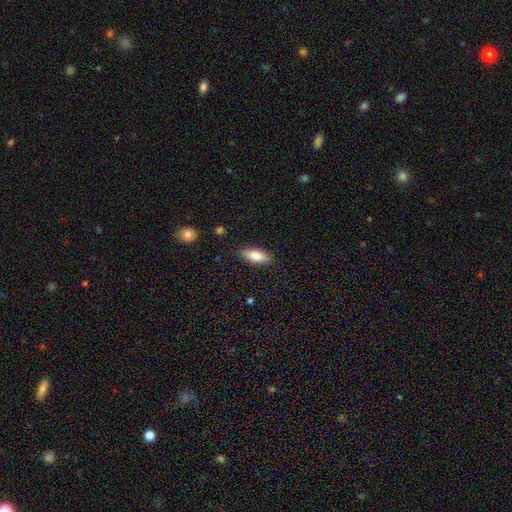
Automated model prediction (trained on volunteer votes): This appears to be a smooth galaxy with no disk features (82%) that is in between round and cigar-shaped (78%). Merging: none (84%).